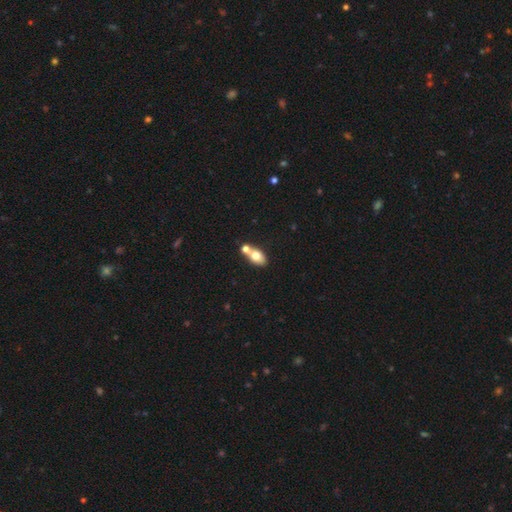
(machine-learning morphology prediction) A smooth galaxy with no disk features (69%) that is in between round and cigar-shaped (79%). Merging: merger (54%).